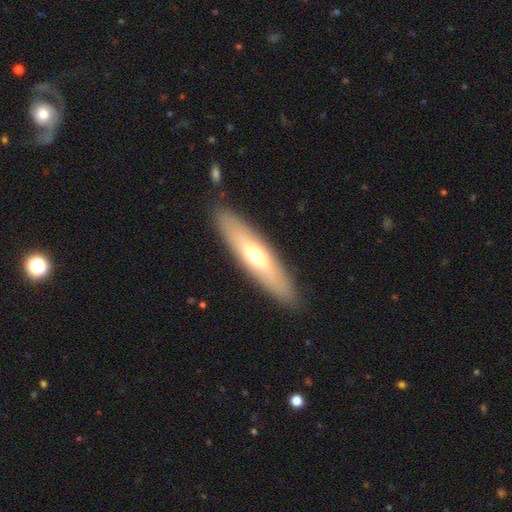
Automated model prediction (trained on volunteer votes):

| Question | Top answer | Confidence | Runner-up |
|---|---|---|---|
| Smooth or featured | smooth | 48% | featured or disk (46%) |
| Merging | none | 88% | minor disturbance (8%) |